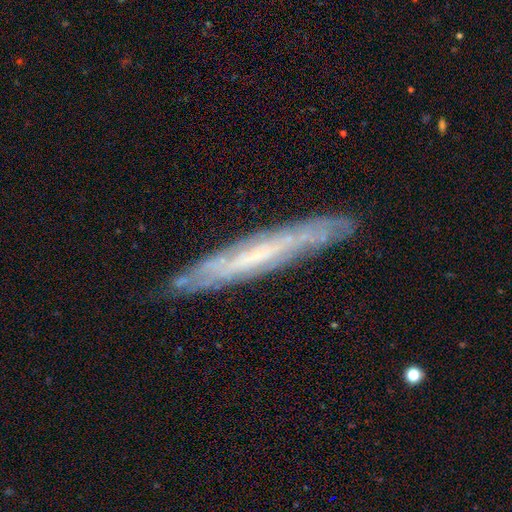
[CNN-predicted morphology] Smooth or featured?
  - featured or disk: 68% *
  - smooth: 25%
  - star or artifact: 7%
Edge-on disk?
  - yes: 71% *
  - no: 29%
Merging?
  - none: 80% *
  - minor disturbance: 15%
  - major disturbance: 3%
  - merger: 2%